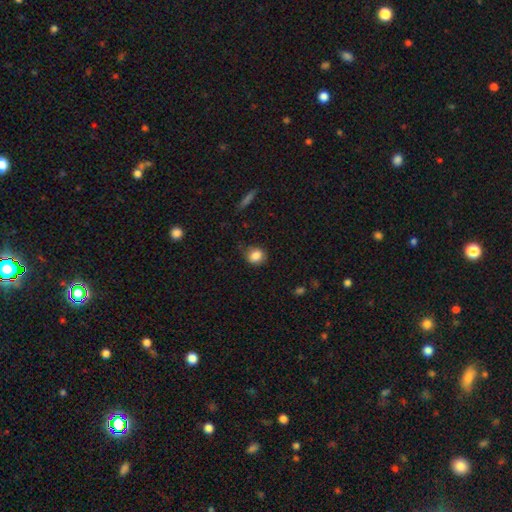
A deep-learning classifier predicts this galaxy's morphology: This appears to be a smooth galaxy with no disk features (86%) that is round (75%). Merging: none (74%).